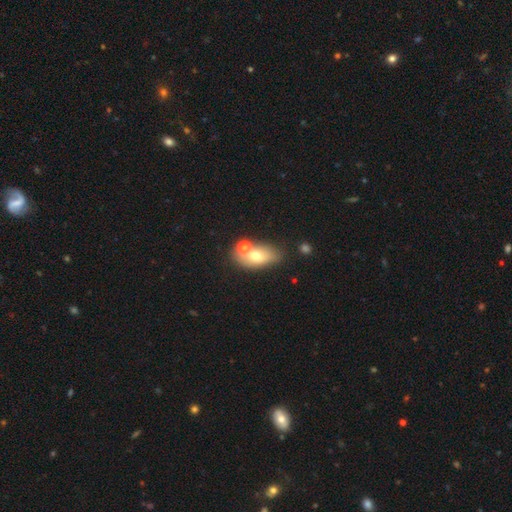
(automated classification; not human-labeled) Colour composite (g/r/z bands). It shows a smooth galaxy with no disk features (63%) that is in between round and cigar-shaped (83%). Merging: none (51%).